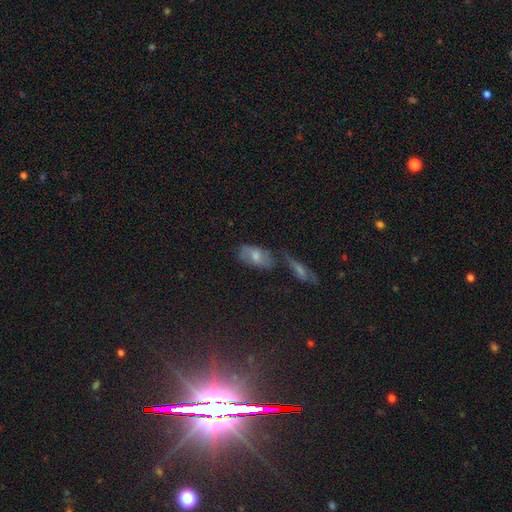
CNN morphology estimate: Smooth or featured? Predicted: smooth (p=0.43). Merging? Predicted: none (p=0.48).